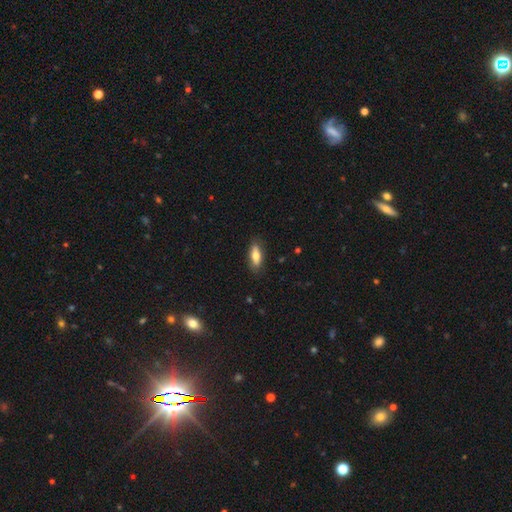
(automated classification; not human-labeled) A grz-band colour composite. It shows a smooth galaxy with no disk features (69%) that is in between round and cigar-shaped (71%). Merging: none (83%).